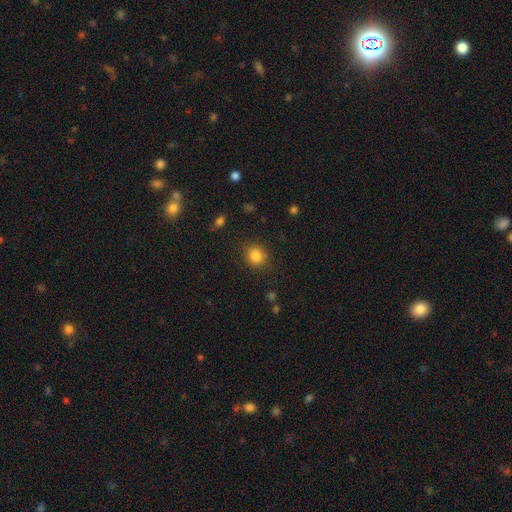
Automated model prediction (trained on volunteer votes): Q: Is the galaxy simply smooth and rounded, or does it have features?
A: smooth — 84%.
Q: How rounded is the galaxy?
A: round — 80%.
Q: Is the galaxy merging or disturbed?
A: none — 85%.